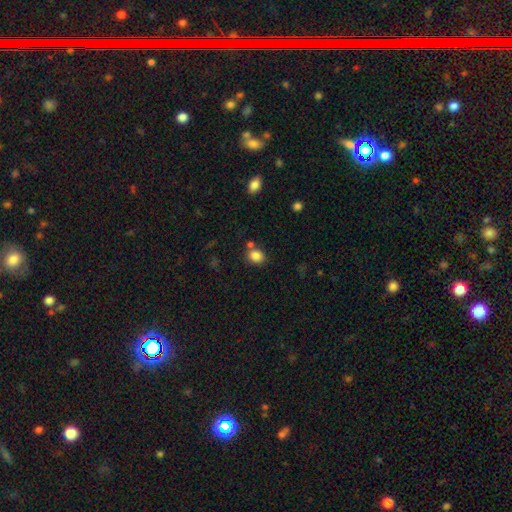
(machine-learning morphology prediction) This appears to be a smooth galaxy with no disk features (85%) that is round (54%). Merging: none (70%).